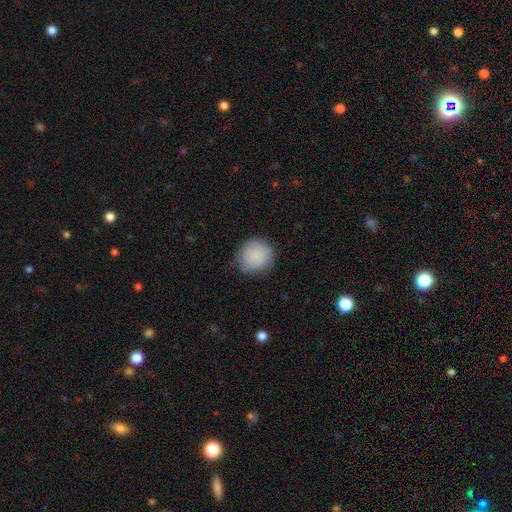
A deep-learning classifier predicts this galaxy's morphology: Smooth or featured? smooth (87%)
How rounded? round (87%)
Merging? none (78%)